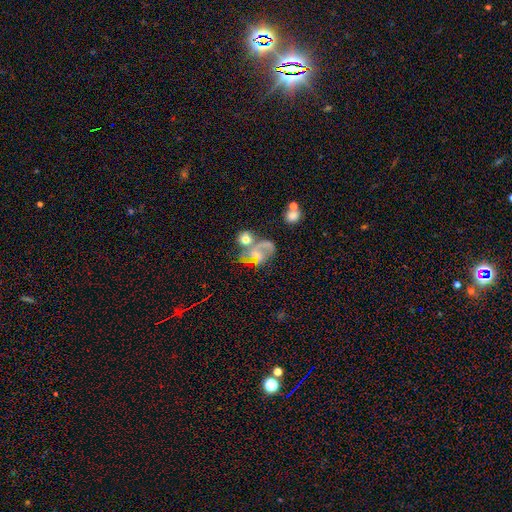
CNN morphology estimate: smooth_or_featured: featured or disk (p=0.69) [alt: smooth p=0.19]
disk_edge_on: no (p=0.97) [alt: yes p=0.03]
bar: no (p=0.45) [alt: weak p=0.42]
has_spiral_arms: yes (p=0.88) [alt: no p=0.12]
spiral_winding: medium (p=0.47) [alt: loose p=0.38]
spiral_arm_count: 2 (p=0.71) [alt: can't tell p=0.10]
bulge_size: small (p=0.43) [alt: moderate p=0.33]
merging: none (p=0.34) [alt: merger p=0.33]